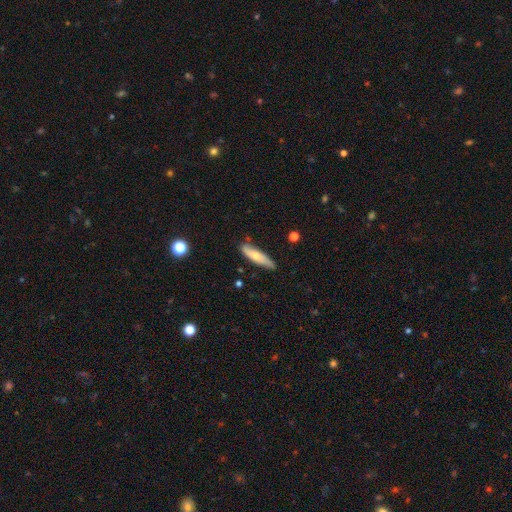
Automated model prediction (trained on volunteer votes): This is likely a smooth galaxy (62%). How rounded: likely cigar-shaped (70%). Merging: likely none (74%).